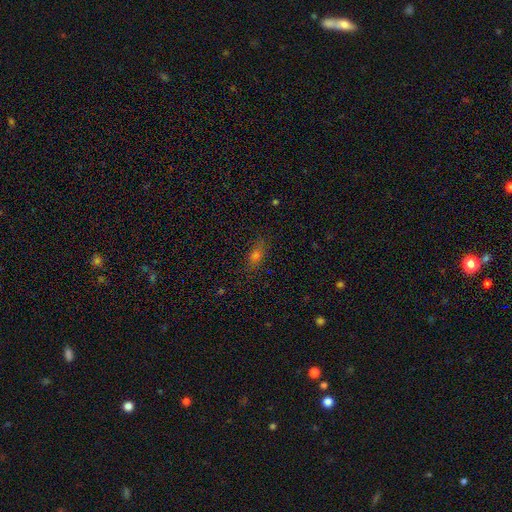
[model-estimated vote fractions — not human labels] The model was most divided on "smooth or featured": smooth: 66%, star or artifact: 19%, featured or disk: 16%. More confident: merging — none (81%); how rounded — in between (68%).